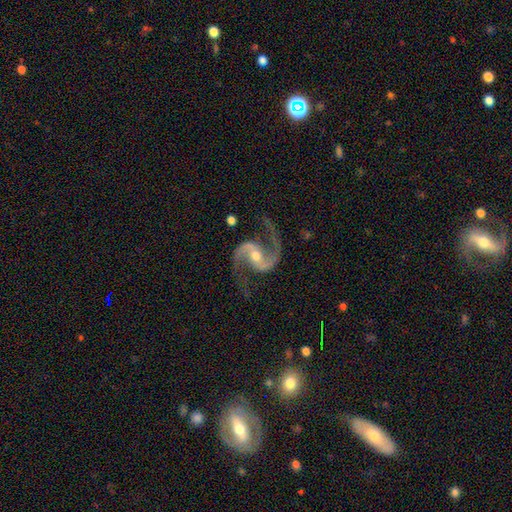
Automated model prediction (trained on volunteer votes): Overall: featured or disk (94%). Edge-on disk: no (98%). Bar: weak (40%; no 36%). Spiral arms: yes (98%). Spiral arm count: 2 (95%). Spiral winding: medium (52%; loose 40%). Bulge size: moderate (63%; small 32%). Merging: none (79%).